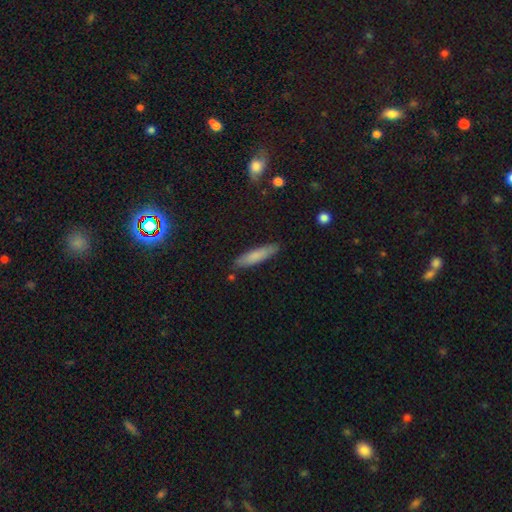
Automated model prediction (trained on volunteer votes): Smooth or featured: smooth — 78% (featured or disk — 16%)
How rounded: cigar-shaped — 81% (in between — 18%)
Merging: none — 85% (minor disturbance — 11%)